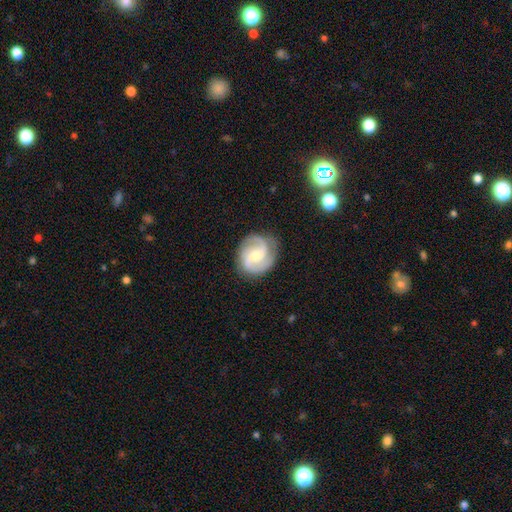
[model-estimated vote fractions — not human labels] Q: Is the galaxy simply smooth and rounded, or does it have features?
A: featured or disk — 87%.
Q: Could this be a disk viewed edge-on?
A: no — 98%.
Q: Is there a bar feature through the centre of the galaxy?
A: weak — 45%.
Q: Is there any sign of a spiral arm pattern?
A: yes — 97%.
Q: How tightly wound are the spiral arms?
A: medium — 51%.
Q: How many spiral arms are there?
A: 2 — 70%.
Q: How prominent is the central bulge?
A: moderate — 55%.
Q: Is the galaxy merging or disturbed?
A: none — 83%.